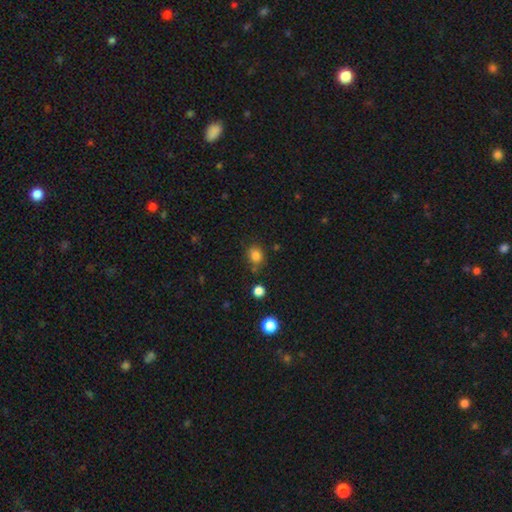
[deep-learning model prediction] This is clearly a smooth galaxy (81%). How rounded: likely round (64%). Merging: likely none (71%).